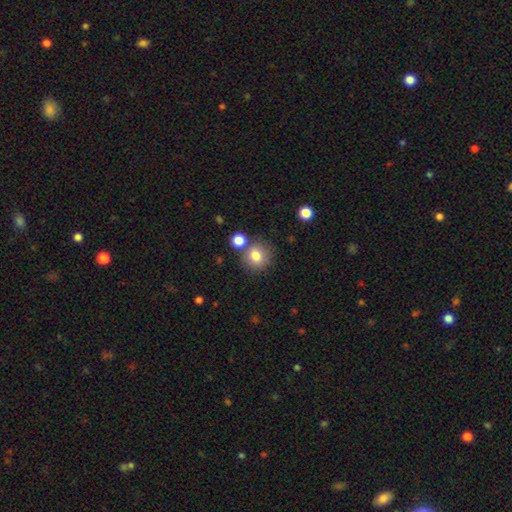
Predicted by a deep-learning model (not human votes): Q: Smooth or featured?
A: smooth (80%); runner-up: star or artifact (11%)
Q: How rounded?
A: round (88%); runner-up: in between (11%)
Q: Merging?
A: none (73%); runner-up: merger (14%)